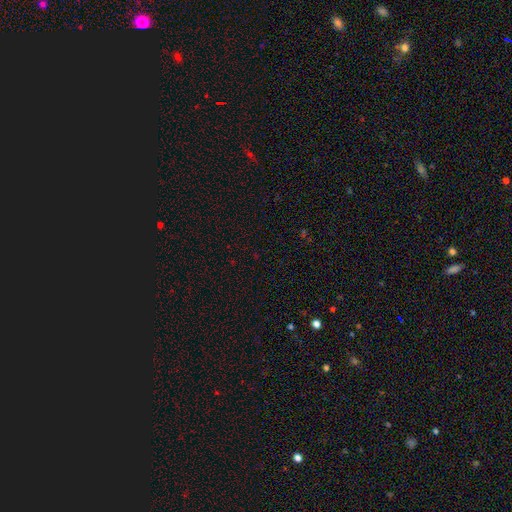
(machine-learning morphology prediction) Overall: star or artifact (69%).